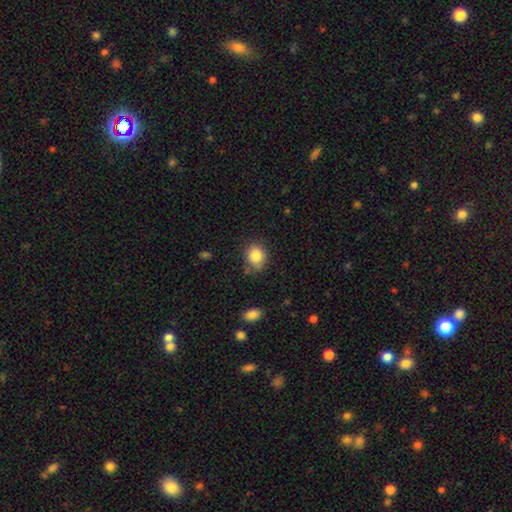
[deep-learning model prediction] Smooth or featured? Predicted: smooth (p=0.84). How rounded? Predicted: round (p=0.74). Merging? Predicted: none (p=0.75).